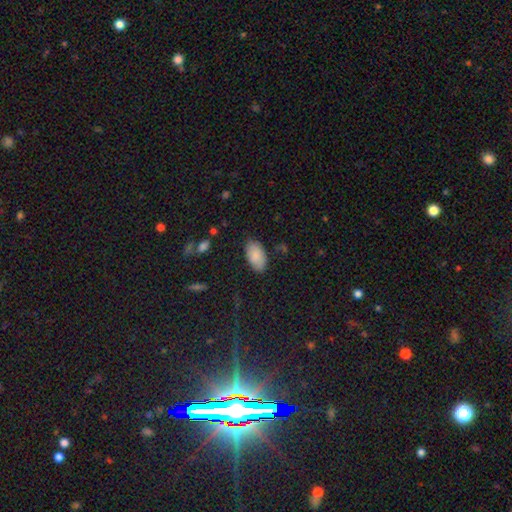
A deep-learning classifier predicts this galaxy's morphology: A smooth galaxy with no disk features (86%) that is in between round and cigar-shaped (95%).

Vote fractions:
- Smooth or featured? smooth: 86% / featured or disk: 7% / star or artifact: 7%
- How rounded? in between: 95% / round: 3% / cigar-shaped: 2%
- Merging? none: 81% / minor disturbance: 14% / major disturbance: 3% / merger: 2%